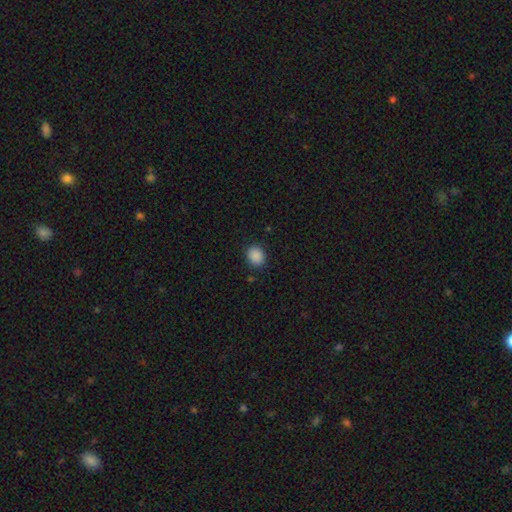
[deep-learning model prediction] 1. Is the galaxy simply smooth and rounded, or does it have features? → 88% smooth, 9% star or artifact, 3% featured or disk.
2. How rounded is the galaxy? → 61% round, 38% in between, 1% cigar-shaped.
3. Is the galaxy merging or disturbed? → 86% none, 10% minor disturbance, 3% major disturbance, 1% merger.